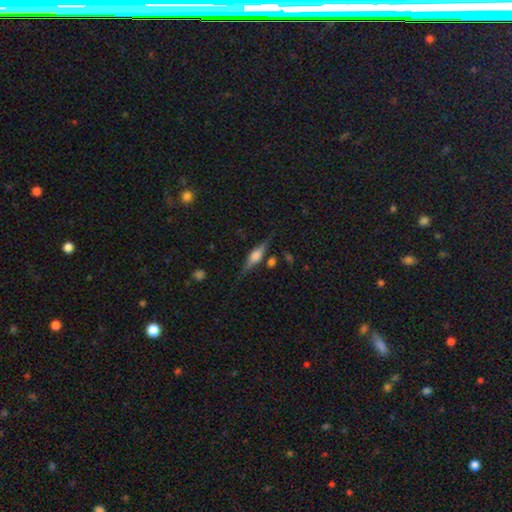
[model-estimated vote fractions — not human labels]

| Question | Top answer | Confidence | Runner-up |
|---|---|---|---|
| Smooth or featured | featured or disk | 62% | smooth (30%) |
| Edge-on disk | yes | 95% | no (5%) |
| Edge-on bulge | rounded | 79% | boxy (18%) |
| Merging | none | 79% | minor disturbance (13%) |